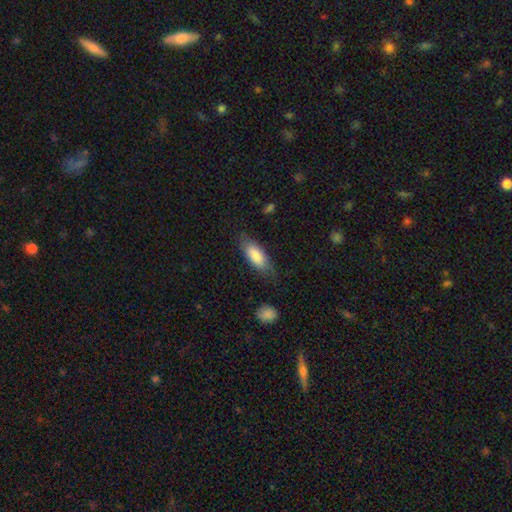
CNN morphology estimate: smooth 83%, featured or disk 11%, star or artifact 6%. Down the decision tree: how rounded — in between (77%); merging — none (70%).